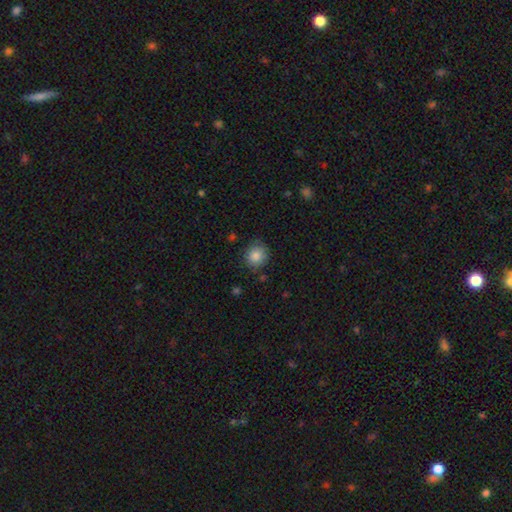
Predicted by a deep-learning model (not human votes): smooth_or_featured: smooth (p=0.86) [alt: star or artifact p=0.09]
how_rounded: round (p=0.86) [alt: in between p=0.13]
merging: none (p=0.82) [alt: minor disturbance p=0.13]